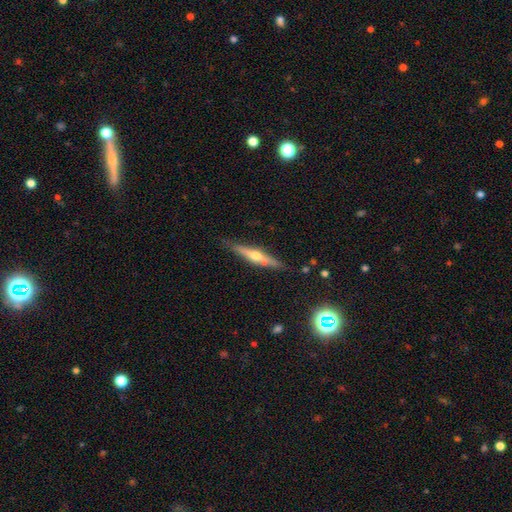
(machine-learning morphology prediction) Q: Smooth or featured?
A: featured or disk (67%); runner-up: smooth (27%)
Q: Edge-on disk?
A: yes (96%); runner-up: no (4%)
Q: Edge-on bulge?
A: rounded (90%); runner-up: none (6%)
Q: Merging?
A: none (85%); runner-up: minor disturbance (11%)